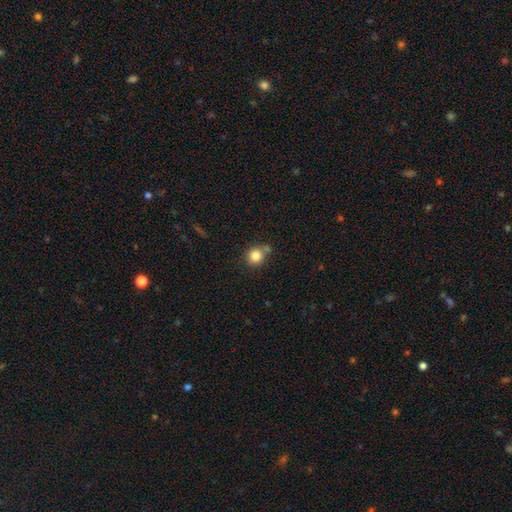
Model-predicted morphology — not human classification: type=smooth (83%); roundness=round (83%); merging=none (66%).